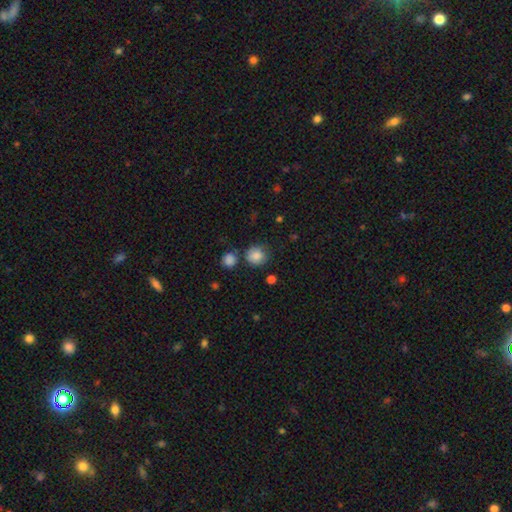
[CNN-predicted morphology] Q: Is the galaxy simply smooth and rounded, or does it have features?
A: smooth — 86%.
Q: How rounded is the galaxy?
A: round — 89%.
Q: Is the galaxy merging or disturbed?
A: none — 75%.